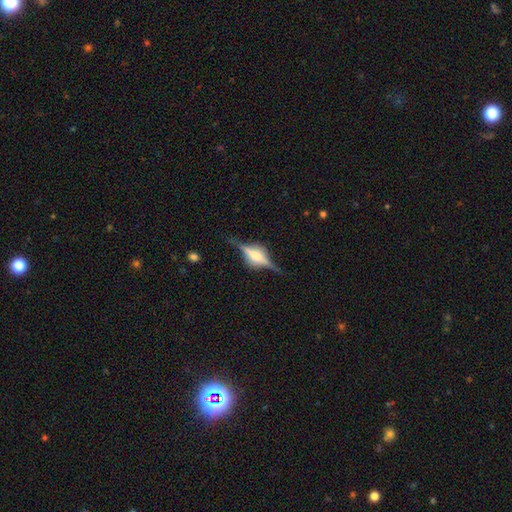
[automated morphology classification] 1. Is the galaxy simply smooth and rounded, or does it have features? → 83% featured or disk, 10% smooth, 7% star or artifact.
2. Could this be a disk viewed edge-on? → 97% yes, 3% no.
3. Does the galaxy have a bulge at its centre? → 83% rounded, 15% boxy, 2% none.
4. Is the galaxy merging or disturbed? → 82% none, 12% minor disturbance, 4% major disturbance, 1% merger.